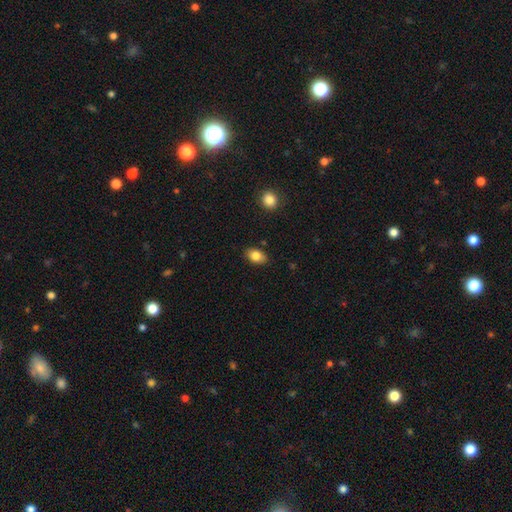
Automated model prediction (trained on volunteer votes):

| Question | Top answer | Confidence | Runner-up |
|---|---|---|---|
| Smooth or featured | smooth | 83% | featured or disk (9%) |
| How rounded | in between | 85% | round (13%) |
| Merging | none | 86% | minor disturbance (10%) |